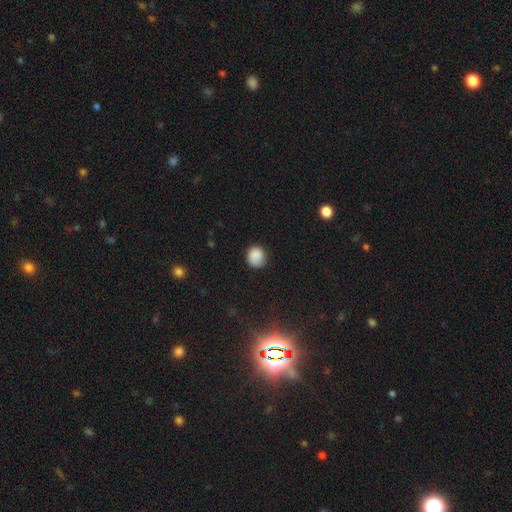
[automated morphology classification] The model was most divided on "merging": none: 78%, minor disturbance: 17%, major disturbance: 4%, merger: 1%. More confident: smooth or featured — smooth (86%); how rounded — round (81%).